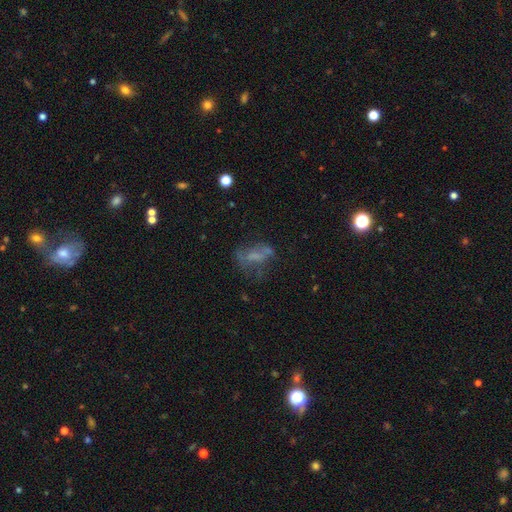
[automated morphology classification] This appears to be a featured or disk galaxy (42%). Merging: none (39%).